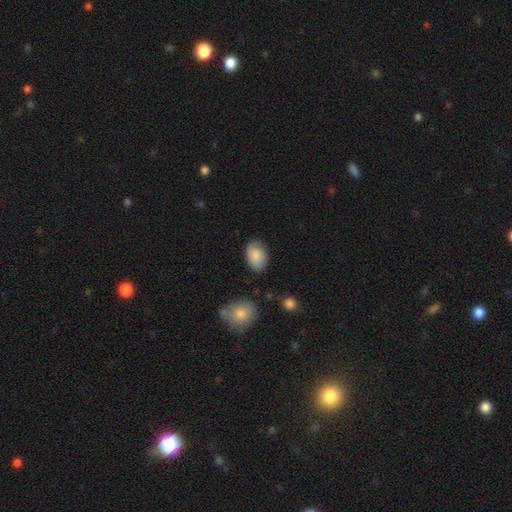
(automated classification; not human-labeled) This is clearly a smooth galaxy (84%). How rounded: clearly in between (85%). Merging: likely none (74%).